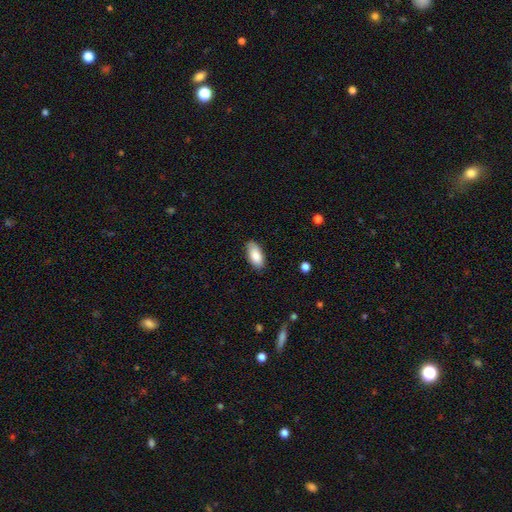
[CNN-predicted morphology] The model was most divided on "merging": none: 82%, minor disturbance: 14%, major disturbance: 3%, merger: 1%. More confident: how rounded — in between (92%); smooth or featured — smooth (87%).